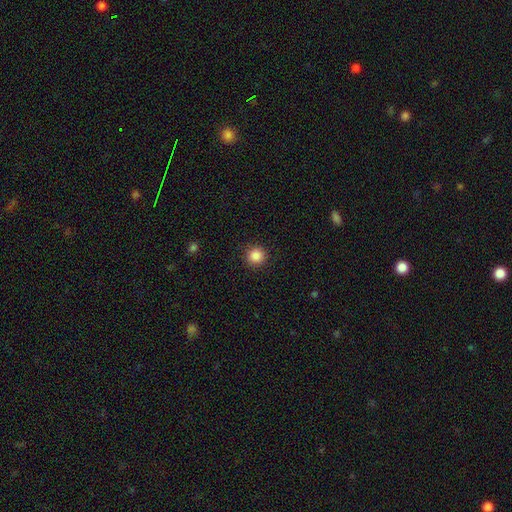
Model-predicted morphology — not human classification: Smooth or featured?
  - smooth: 87% *
  - star or artifact: 10%
  - featured or disk: 3%
How rounded?
  - round: 94% *
  - in between: 5%
  - cigar-shaped: 1%
Merging?
  - none: 91% *
  - minor disturbance: 6%
  - major disturbance: 2%
  - merger: 1%